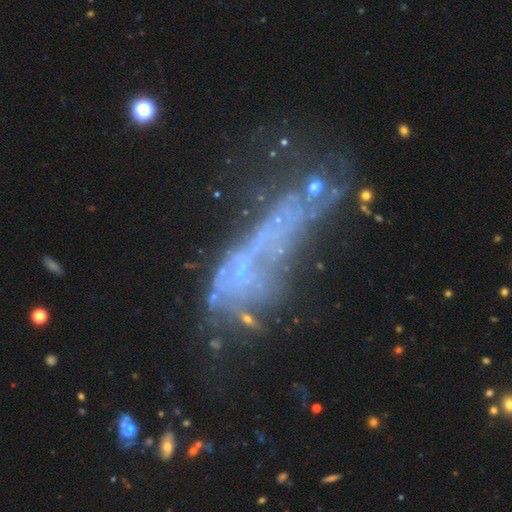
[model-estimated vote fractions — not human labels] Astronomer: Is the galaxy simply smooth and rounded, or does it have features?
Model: featured or disk — 48% (runner-up: star or artifact, 28%).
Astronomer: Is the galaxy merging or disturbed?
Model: major disturbance — 37% (runner-up: none, 28%).